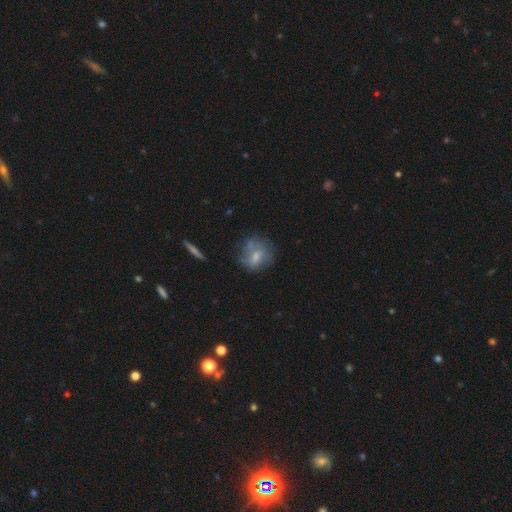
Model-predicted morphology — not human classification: smooth-or-featured: smooth: 56% | featured or disk: 35% | star or artifact: 9%
  how-rounded: round: 61% | in between: 36% | cigar-shaped: 2%
  merging: none: 55% | minor disturbance: 25% | major disturbance: 15% | merger: 5%